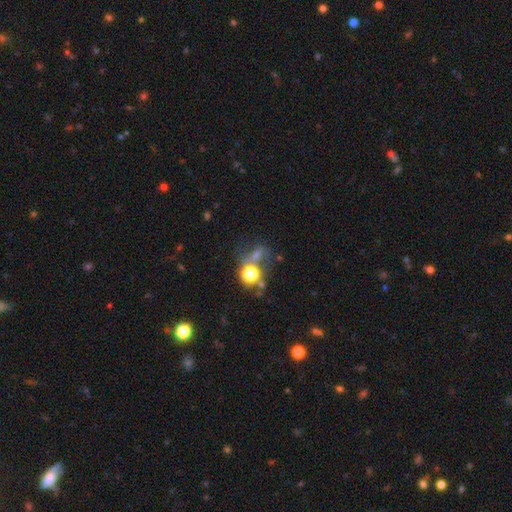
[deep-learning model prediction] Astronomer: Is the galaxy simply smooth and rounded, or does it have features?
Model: star or artifact — 46% (runner-up: smooth, 38%).